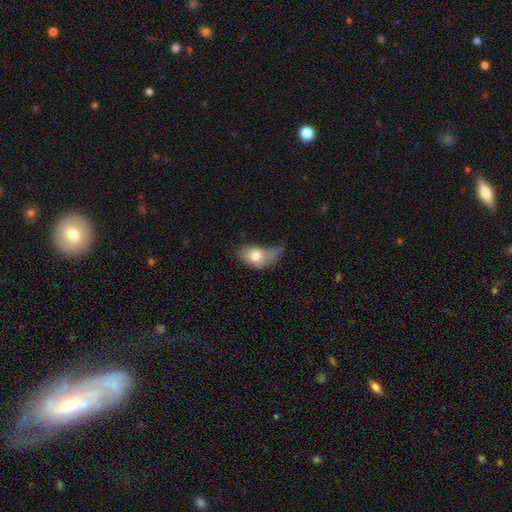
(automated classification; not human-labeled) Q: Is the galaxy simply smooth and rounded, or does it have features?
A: smooth — 74%.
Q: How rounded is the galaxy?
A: in between — 84%.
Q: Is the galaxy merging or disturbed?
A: minor disturbance — 37%.